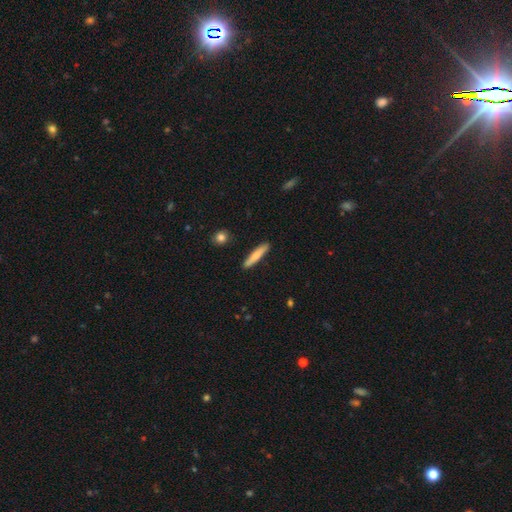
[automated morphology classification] Smooth or featured: smooth — 71% (featured or disk — 24%)
How rounded: cigar-shaped — 90% (in between — 9%)
Merging: none — 88% (minor disturbance — 8%)